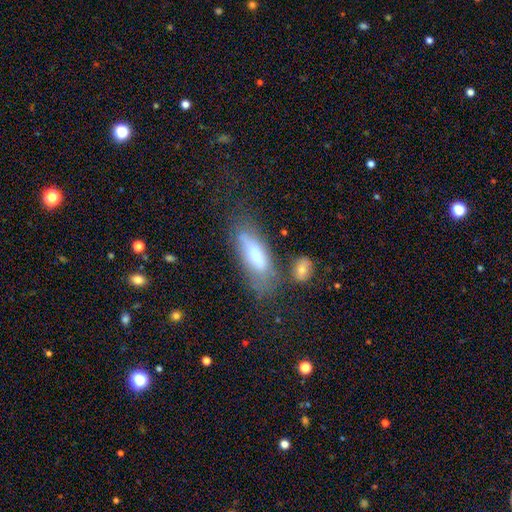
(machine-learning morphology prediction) The model was most divided on "how rounded": in between: 56%, cigar-shaped: 42%, round: 2%. More confident: smooth or featured — smooth (63%); merging — none (55%).